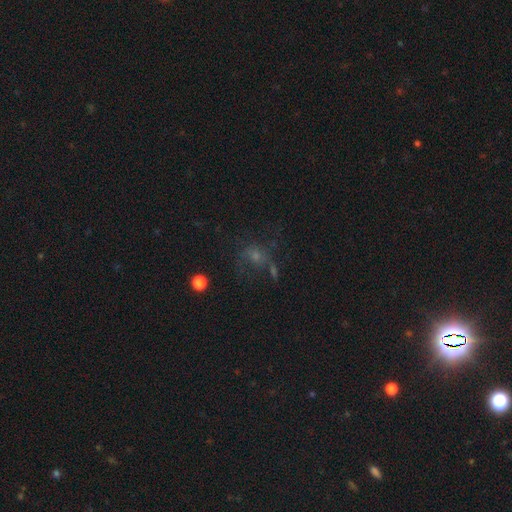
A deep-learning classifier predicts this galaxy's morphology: Smooth or featured: star or artifact — 36% (smooth — 34%)